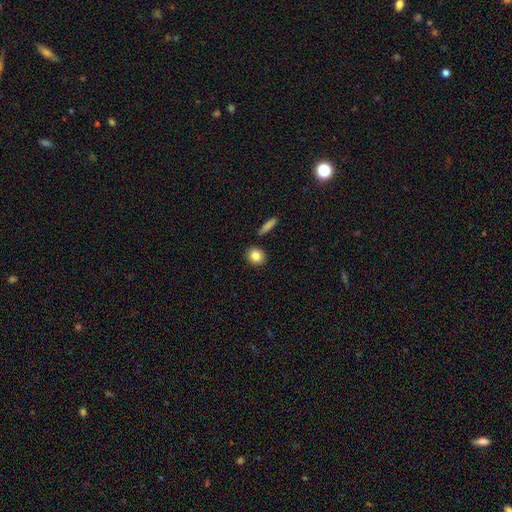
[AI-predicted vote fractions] The model was most divided on "how rounded": round: 76%, in between: 22%, cigar-shaped: 2%. More confident: merging — none (86%); smooth or featured — smooth (86%).